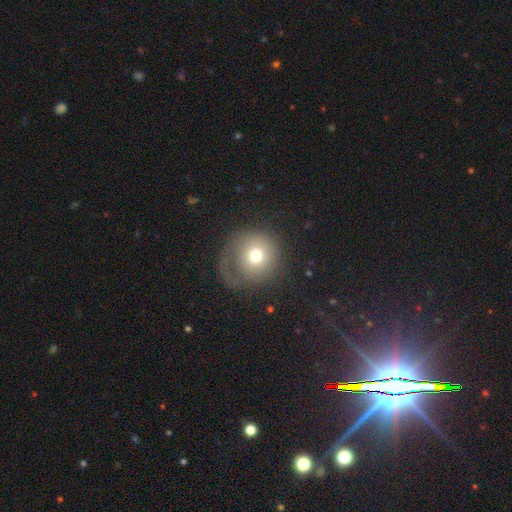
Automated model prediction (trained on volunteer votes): Q: Smooth or featured?
A: smooth (66%); runner-up: featured or disk (22%)
Q: How rounded?
A: round (90%); runner-up: in between (9%)
Q: Merging?
A: none (46%); runner-up: major disturbance (32%)